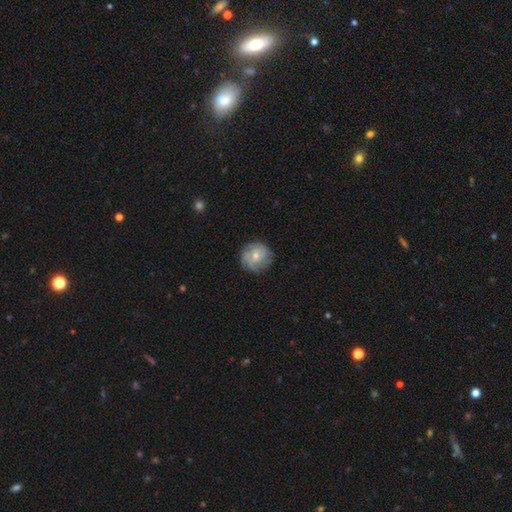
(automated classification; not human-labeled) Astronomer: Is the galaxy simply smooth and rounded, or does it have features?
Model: smooth — 49% (runner-up: featured or disk, 43%).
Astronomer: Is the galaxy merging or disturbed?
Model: none — 76%.